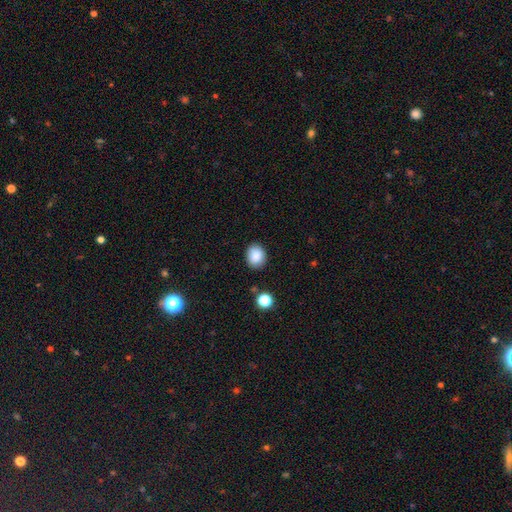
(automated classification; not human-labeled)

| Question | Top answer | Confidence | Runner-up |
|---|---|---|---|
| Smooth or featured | smooth | 87% | star or artifact (9%) |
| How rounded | round | 56% | in between (43%) |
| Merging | none | 85% | minor disturbance (10%) |